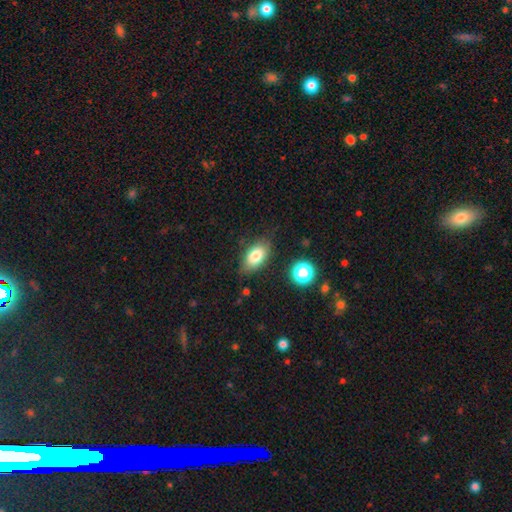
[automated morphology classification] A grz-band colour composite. It shows a smooth galaxy with no disk features (81%) that is in between round and cigar-shaped (90%). Merging: none (79%).